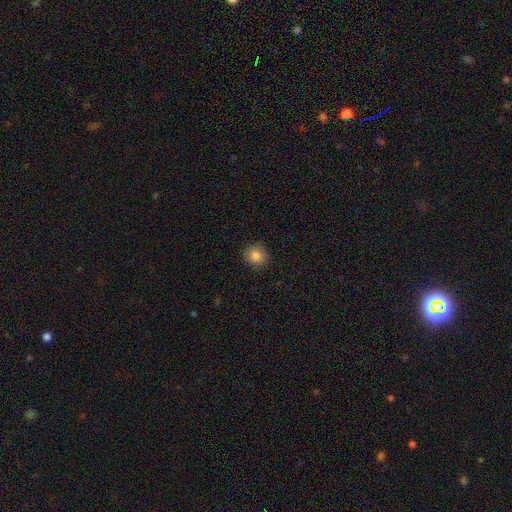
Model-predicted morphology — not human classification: type=smooth (84%); roundness=round (82%); merging=none (89%).